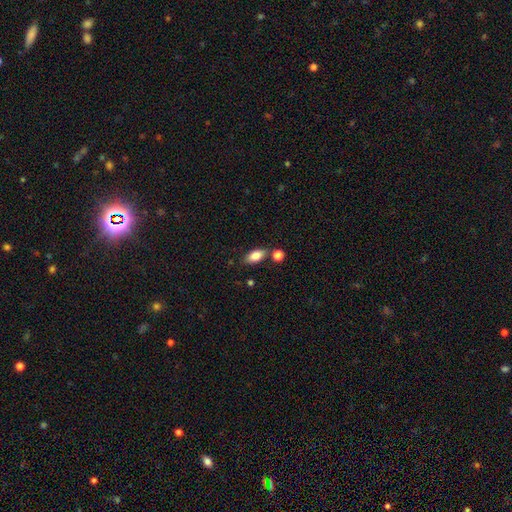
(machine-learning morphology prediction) smooth_or_featured: smooth (p=0.83) [alt: featured or disk p=0.09]
how_rounded: in between (p=0.87) [alt: cigar-shaped p=0.08]
merging: none (p=0.73) [alt: minor disturbance p=0.13]